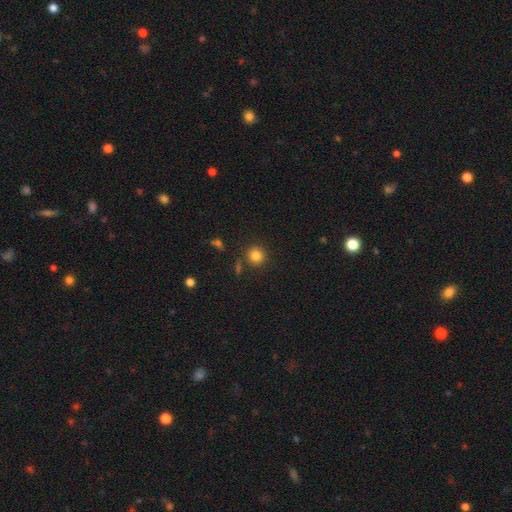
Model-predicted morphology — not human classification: A smooth galaxy with no disk features (82%) that is round (92%).

Vote fractions:
- Smooth or featured? smooth: 82% / star or artifact: 12% / featured or disk: 6%
- How rounded? round: 92% / in between: 7% / cigar-shaped: 1%
- Merging? none: 84% / minor disturbance: 8% / merger: 5% / major disturbance: 3%